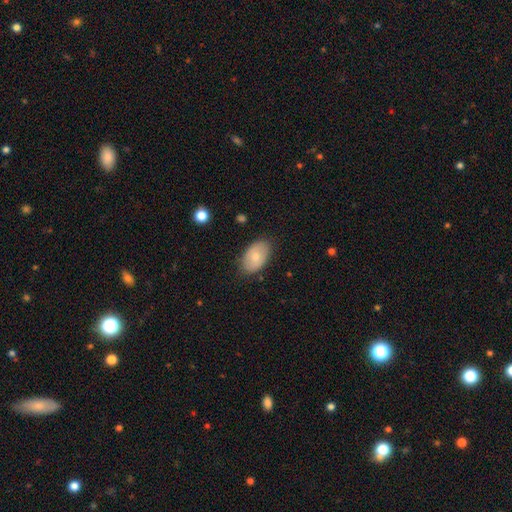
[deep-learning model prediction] smooth_or_featured: smooth (p=0.70) [alt: featured or disk p=0.24]
how_rounded: in between (p=0.91) [alt: round p=0.08]
merging: none (p=0.81) [alt: minor disturbance p=0.15]